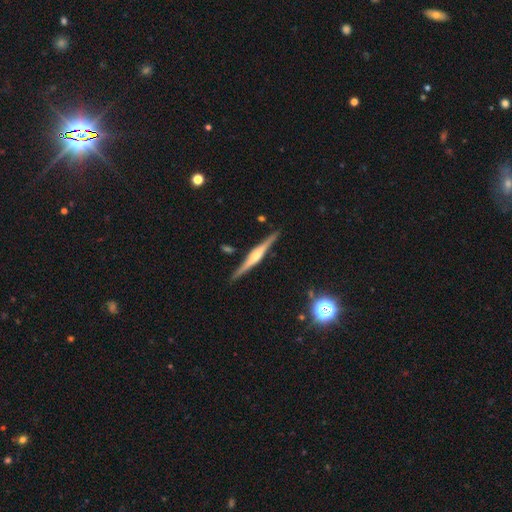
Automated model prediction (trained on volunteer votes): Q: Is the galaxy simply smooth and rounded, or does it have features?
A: featured or disk — 79%.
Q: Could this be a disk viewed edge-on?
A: yes — 98%.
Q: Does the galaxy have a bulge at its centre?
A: rounded — 77%.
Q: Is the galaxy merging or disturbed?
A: none — 89%.